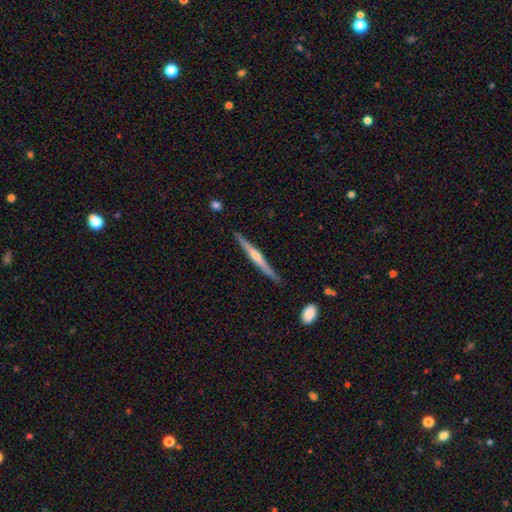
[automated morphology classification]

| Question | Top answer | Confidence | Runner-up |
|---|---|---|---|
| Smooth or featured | featured or disk | 76% | smooth (18%) |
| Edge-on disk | yes | 98% | no (2%) |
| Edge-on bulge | rounded | 82% | none (13%) |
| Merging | none | 90% | minor disturbance (7%) |